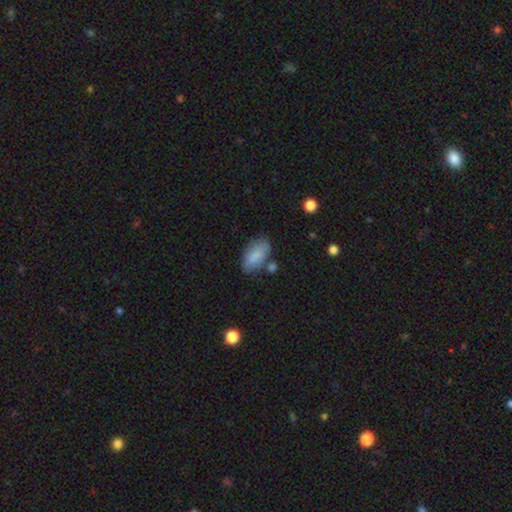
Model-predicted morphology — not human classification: Q: Smooth or featured?
A: smooth (80%); runner-up: featured or disk (13%)
Q: How rounded?
A: in between (93%); runner-up: round (3%)
Q: Merging?
A: none (63%); runner-up: minor disturbance (22%)